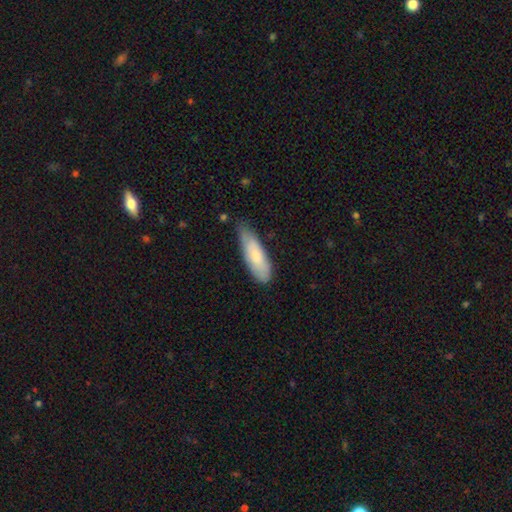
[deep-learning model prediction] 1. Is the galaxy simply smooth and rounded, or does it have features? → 73% smooth, 21% featured or disk, 6% star or artifact.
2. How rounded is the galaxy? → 54% in between, 44% cigar-shaped, 2% round.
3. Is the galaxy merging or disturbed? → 59% none, 34% minor disturbance, 5% major disturbance, 2% merger.